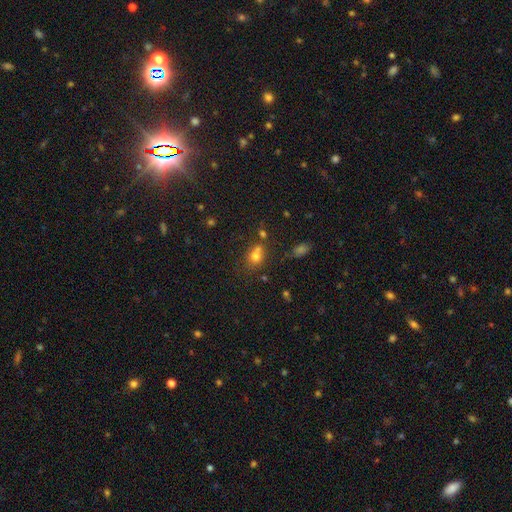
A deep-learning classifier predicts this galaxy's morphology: The model was most divided on "merging": none: 47%, merger: 36%, minor disturbance: 12%, major disturbance: 5%. More confident: smooth or featured — smooth (71%); how rounded — round (66%).